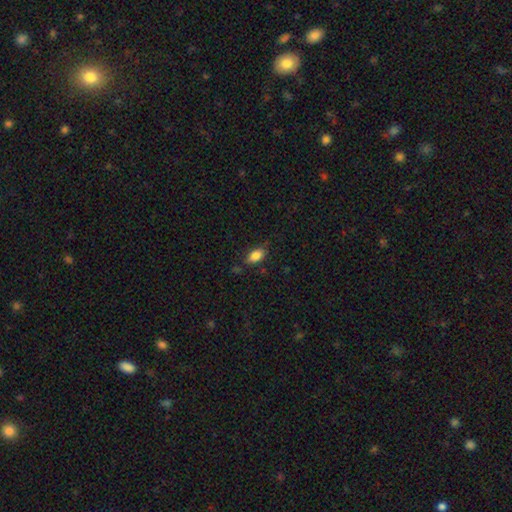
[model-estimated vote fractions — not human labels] A smooth galaxy with no disk features (84%) that is in between round and cigar-shaped (90%).

Vote fractions:
- Smooth or featured? smooth: 84% / star or artifact: 9% / featured or disk: 7%
- How rounded? in between: 90% / round: 5% / cigar-shaped: 5%
- Merging? none: 77% / minor disturbance: 17% / major disturbance: 4% / merger: 3%